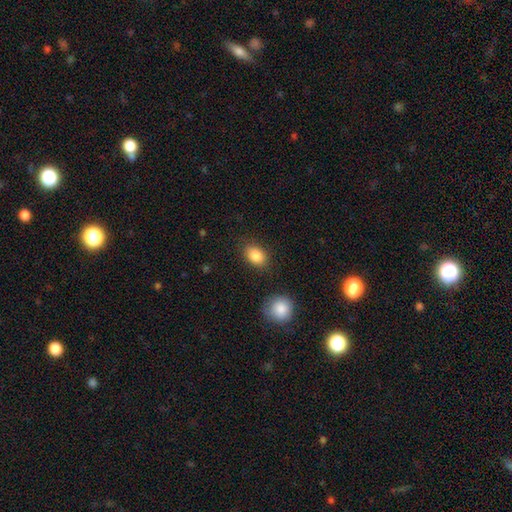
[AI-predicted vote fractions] smooth-or-featured: smooth: 86% | star or artifact: 8% | featured or disk: 5%
  how-rounded: in between: 77% | round: 22% | cigar-shaped: 1%
  merging: none: 82% | minor disturbance: 11% | merger: 3% | major disturbance: 3%